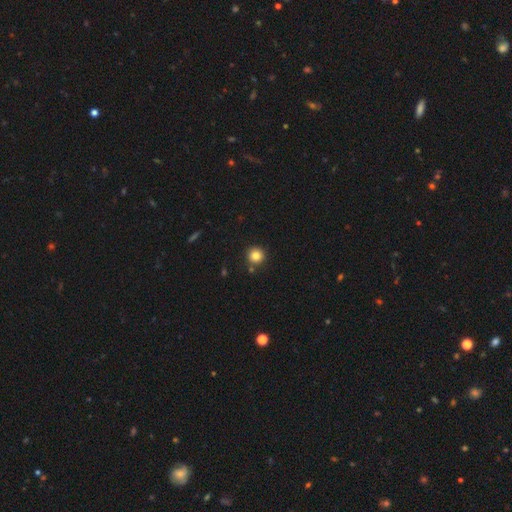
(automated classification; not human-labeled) A smooth galaxy with no disk features (83%) that is round (94%).

Vote fractions:
- Smooth or featured? smooth: 83% / star or artifact: 11% / featured or disk: 6%
- How rounded? round: 94% / in between: 5% / cigar-shaped: 1%
- Merging? none: 84% / minor disturbance: 7% / merger: 6% / major disturbance: 2%